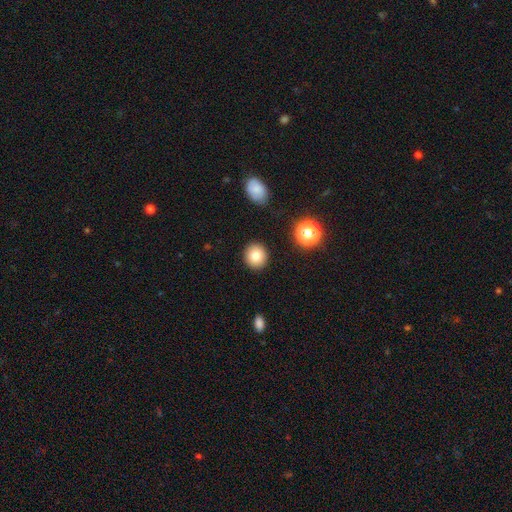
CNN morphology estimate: This is clearly a smooth galaxy (82%). How rounded: clearly round (89%). Merging: clearly none (90%).